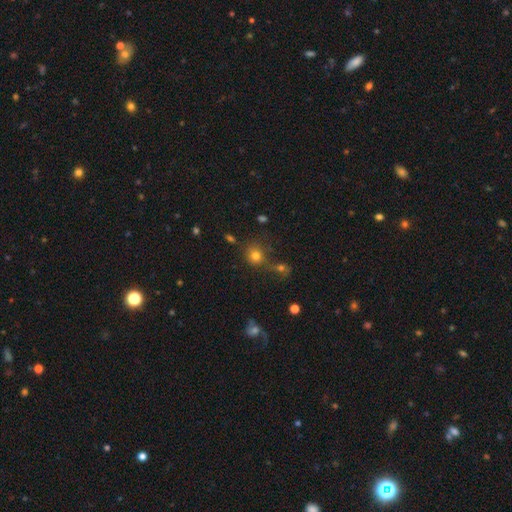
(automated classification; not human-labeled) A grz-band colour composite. It shows a smooth galaxy with no disk features (76%) that is round (83%). Merging: none (57%).